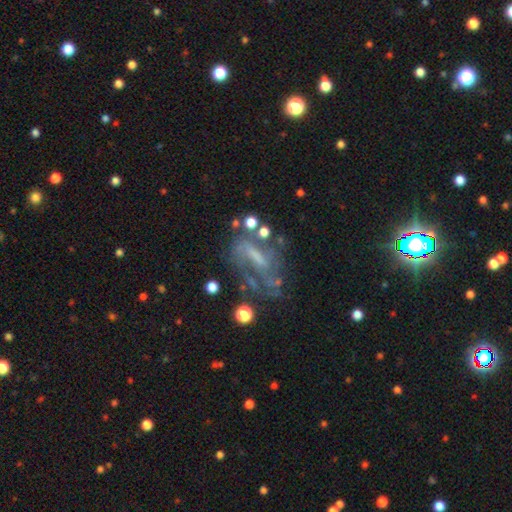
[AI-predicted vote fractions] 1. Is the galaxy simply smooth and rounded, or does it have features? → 68% featured or disk, 17% smooth, 15% star or artifact.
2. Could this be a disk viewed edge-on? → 91% no, 9% yes.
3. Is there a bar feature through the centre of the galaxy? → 39% weak, 31% no, 30% strong.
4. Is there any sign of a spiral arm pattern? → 65% yes, 35% no.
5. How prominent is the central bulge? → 39% none, 30% small, 25% moderate, 4% large, 1% dominant.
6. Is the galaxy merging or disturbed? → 43% none, 28% major disturbance, 21% minor disturbance, 9% merger.